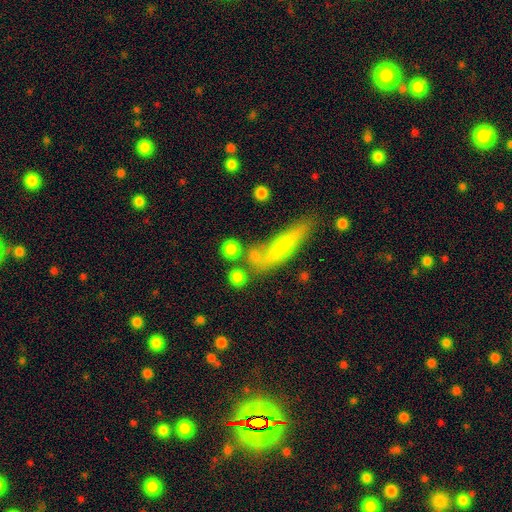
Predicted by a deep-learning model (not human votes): Smooth or featured? smooth (61%)
How rounded? round (44%)
Merging? none (57%)